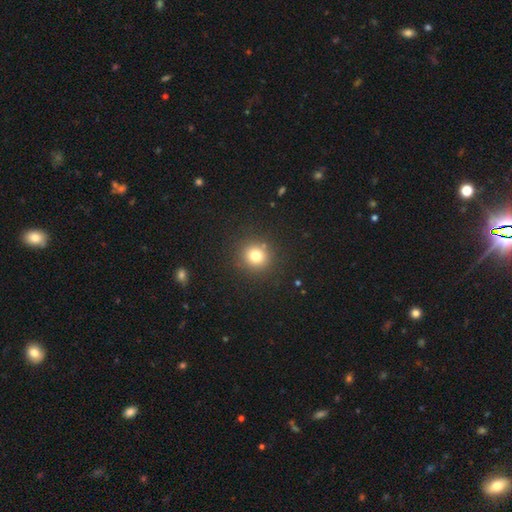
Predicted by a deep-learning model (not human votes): Q: Smooth or featured?
A: smooth (77%); runner-up: star or artifact (15%)
Q: How rounded?
A: round (90%); runner-up: in between (9%)
Q: Merging?
A: none (88%); runner-up: minor disturbance (7%)